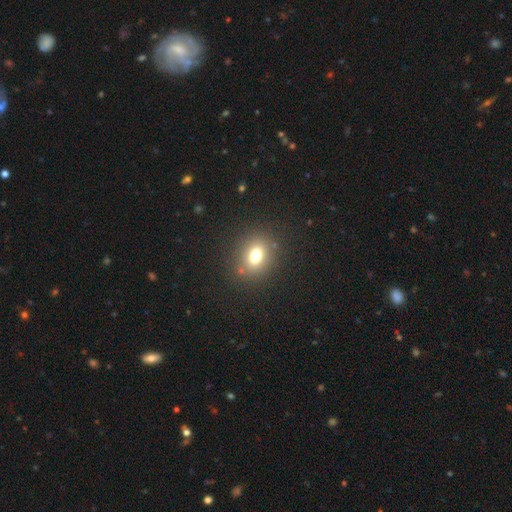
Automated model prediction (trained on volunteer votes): Smooth or featured: smooth — 74% (star or artifact — 14%)
How rounded: in between — 51% (round — 48%)
Merging: none — 83% (minor disturbance — 10%)